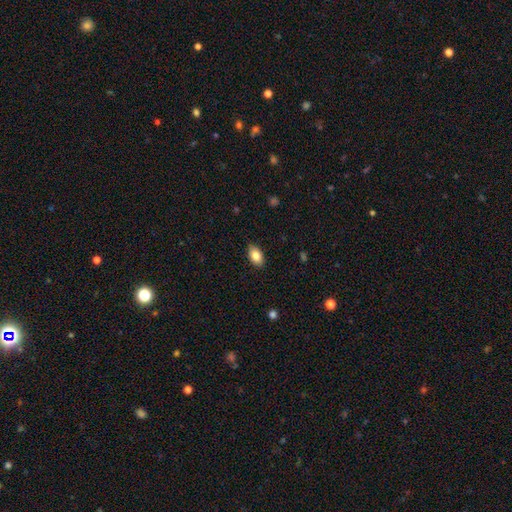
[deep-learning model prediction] This appears to be a smooth galaxy with no disk features (82%) that is in between round and cigar-shaped (90%). Merging: none (87%).